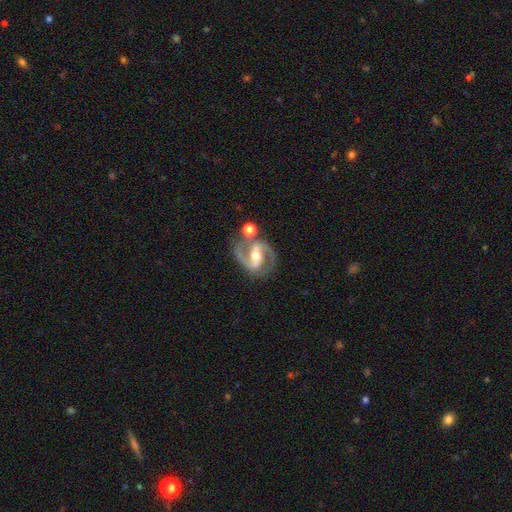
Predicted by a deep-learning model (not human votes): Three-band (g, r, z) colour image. It shows a featured or disk galaxy (91%) with a strong bar (56%), 2 (93%) medium (62%) spiral arms (97%) and a moderate central bulge (69%). Merging: none (75%).